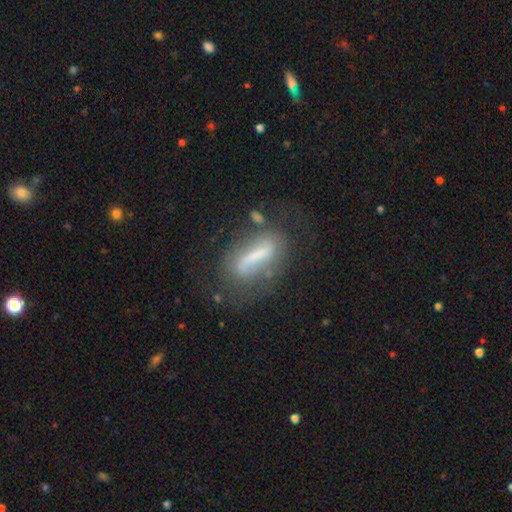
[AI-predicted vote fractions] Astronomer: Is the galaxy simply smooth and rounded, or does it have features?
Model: featured or disk — 51% (runner-up: smooth, 39%).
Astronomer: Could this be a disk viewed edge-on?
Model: no — 76%.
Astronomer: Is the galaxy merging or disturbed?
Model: none — 55%.